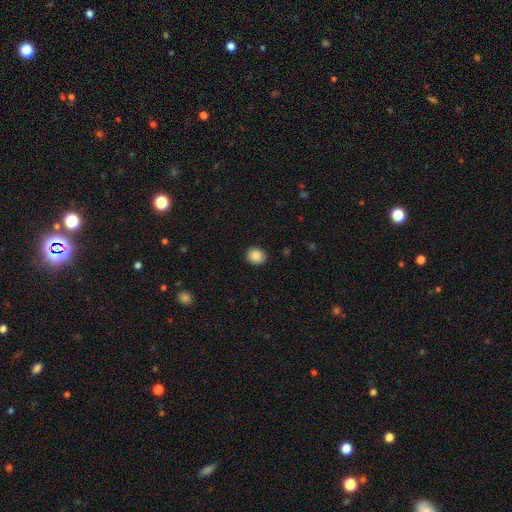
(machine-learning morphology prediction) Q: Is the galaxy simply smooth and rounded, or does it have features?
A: smooth — 88%.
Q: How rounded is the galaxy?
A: round — 69%.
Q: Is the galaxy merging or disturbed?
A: none — 90%.